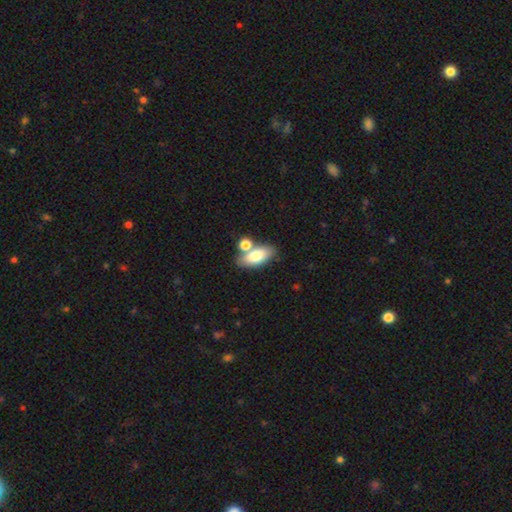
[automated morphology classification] This appears to be a smooth galaxy with no disk features (76%) that is in between round and cigar-shaped (87%). Merging: none (56%).